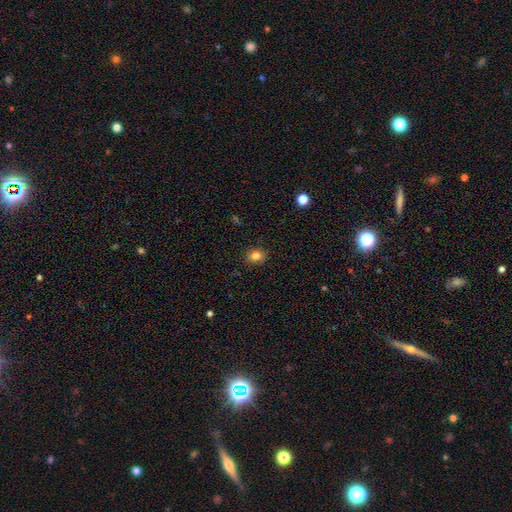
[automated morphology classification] Overall: smooth (83%). How rounded: round (59%; in between 40%). Merging: none (89%).